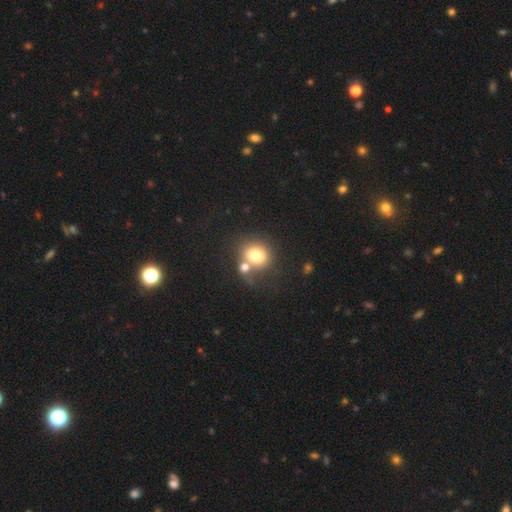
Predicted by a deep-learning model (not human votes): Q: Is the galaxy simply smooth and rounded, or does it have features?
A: smooth — 75%.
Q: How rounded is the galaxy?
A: round — 71%.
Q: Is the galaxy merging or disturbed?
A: merger — 41%.